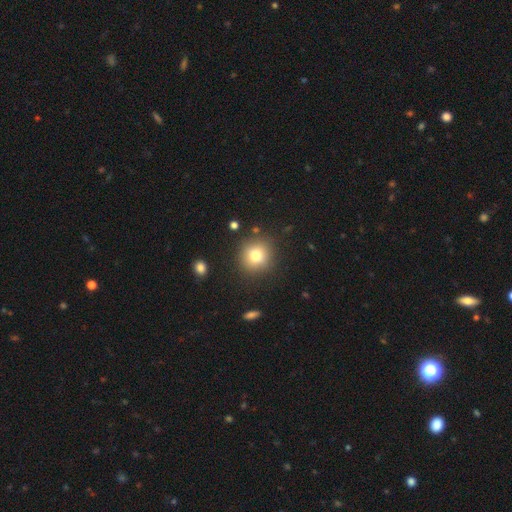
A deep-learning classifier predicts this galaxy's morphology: This appears to be a smooth galaxy with no disk features (78%) that is round (90%). Merging: none (87%).